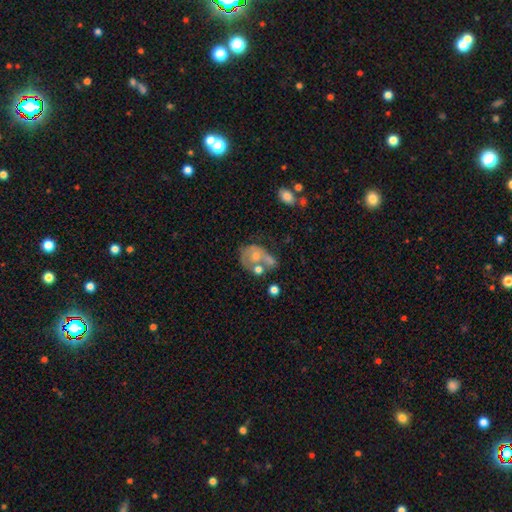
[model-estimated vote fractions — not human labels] This is possibly a featured or disk galaxy (50%). It is clearly not viewed edge-on (97%). Merging: marginally merger (35%).